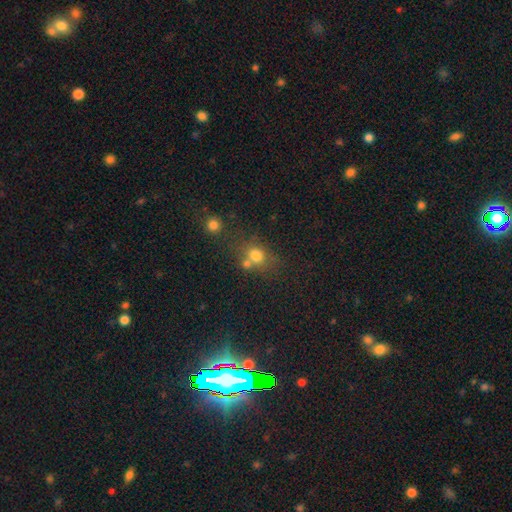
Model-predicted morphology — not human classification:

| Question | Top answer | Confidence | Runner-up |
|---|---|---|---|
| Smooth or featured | smooth | 74% | star or artifact (15%) |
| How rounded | round | 74% | in between (25%) |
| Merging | none | 54% | merger (28%) |